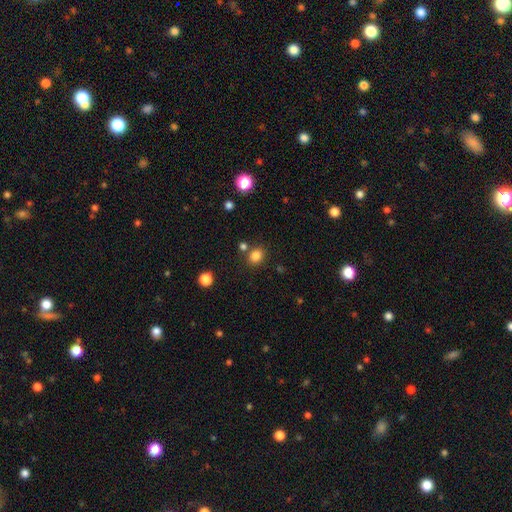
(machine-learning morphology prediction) A smooth galaxy with no disk features (82%) that is round (64%).

Vote fractions:
- Smooth or featured? smooth: 82% / star or artifact: 13% / featured or disk: 5%
- How rounded? round: 64% / in between: 36% / cigar-shaped: 1%
- Merging? none: 78% / merger: 10% / minor disturbance: 10% / major disturbance: 3%